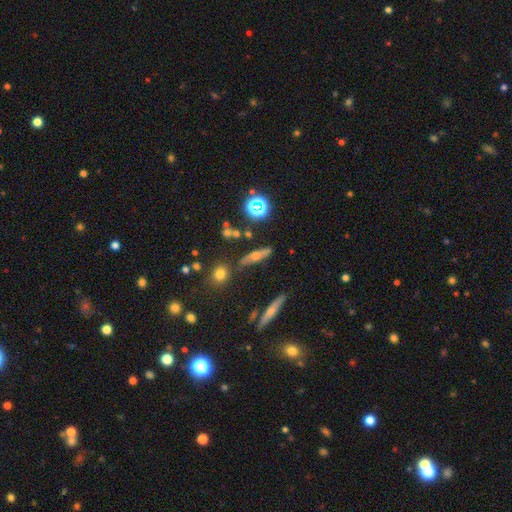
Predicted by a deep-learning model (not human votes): A featured or disk galaxy (45%).

Vote fractions:
- Smooth or featured? featured or disk: 45% / smooth: 41% / star or artifact: 14%
- Merging? none: 75% / minor disturbance: 14% / merger: 7% / major disturbance: 4%